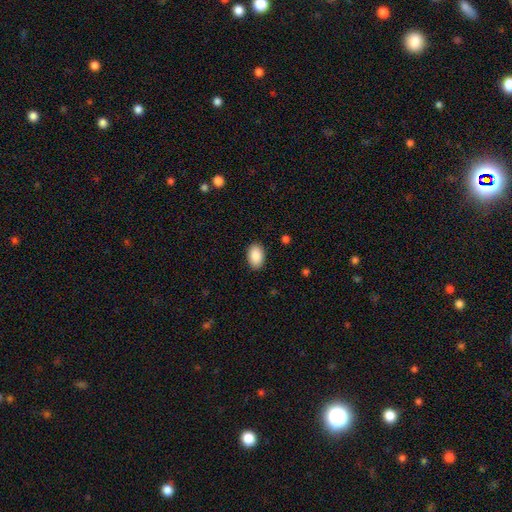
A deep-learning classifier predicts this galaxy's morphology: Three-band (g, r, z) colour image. It shows a smooth galaxy with no disk features (89%) that is in between round and cigar-shaped (91%). Merging: none (89%).